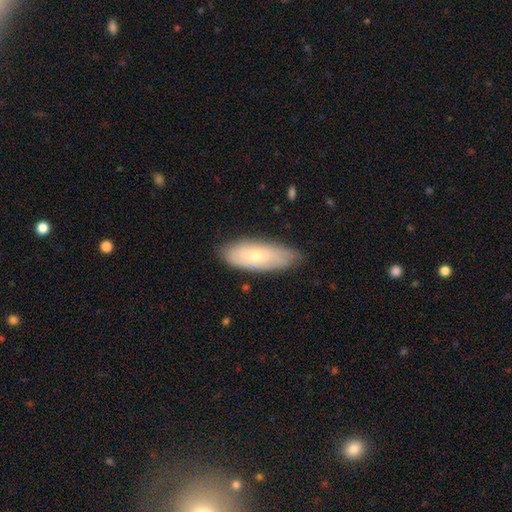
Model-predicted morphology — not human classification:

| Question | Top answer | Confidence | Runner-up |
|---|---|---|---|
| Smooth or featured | smooth | 57% | featured or disk (37%) |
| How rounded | in between | 74% | cigar-shaped (24%) |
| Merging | none | 77% | minor disturbance (19%) |